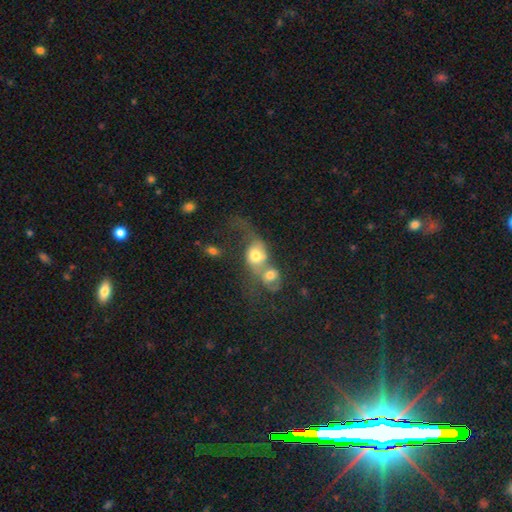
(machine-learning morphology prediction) This is possibly a smooth galaxy (58%). How rounded: possibly round (55%). Merging: likely merger (75%).